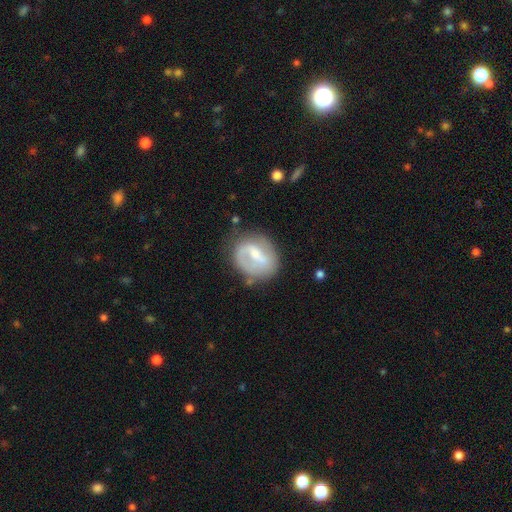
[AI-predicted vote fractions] Q: Smooth or featured?
A: featured or disk (63%); runner-up: smooth (30%)
Q: Edge-on disk?
A: no (96%); runner-up: yes (4%)
Q: Bar?
A: weak (46%); runner-up: strong (35%)
Q: Spiral arms?
A: yes (61%); runner-up: no (39%)
Q: Bulge size?
A: moderate (45%); runner-up: small (41%)
Q: Merging?
A: none (63%); runner-up: minor disturbance (22%)